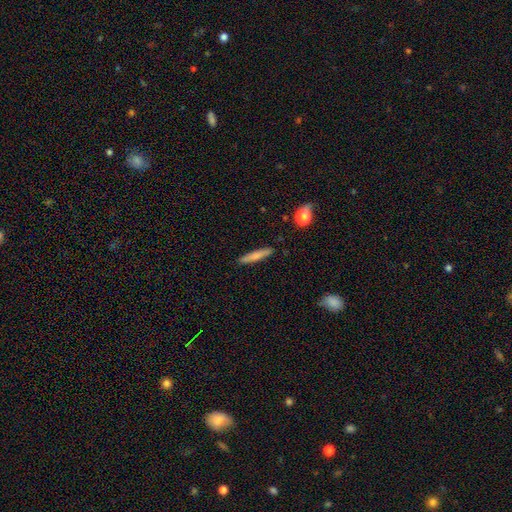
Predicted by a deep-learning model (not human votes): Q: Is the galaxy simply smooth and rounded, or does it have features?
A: smooth — 72%.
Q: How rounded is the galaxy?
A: cigar-shaped — 92%.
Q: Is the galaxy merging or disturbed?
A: none — 89%.